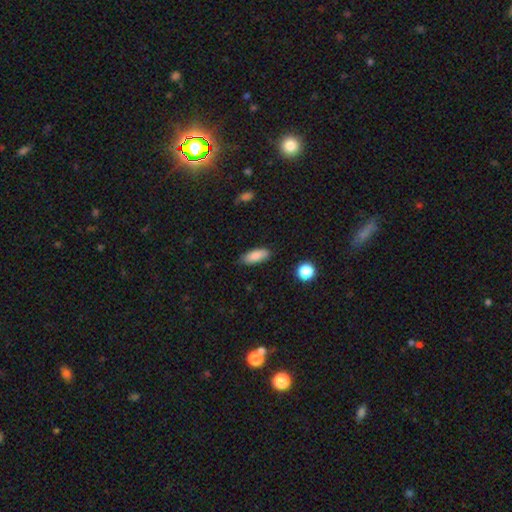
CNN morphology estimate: Smooth or featured?
  - smooth: 86% *
  - star or artifact: 7%
  - featured or disk: 7%
How rounded?
  - in between: 78% *
  - cigar-shaped: 20%
  - round: 2%
Merging?
  - none: 82% *
  - minor disturbance: 14%
  - major disturbance: 3%
  - merger: 1%